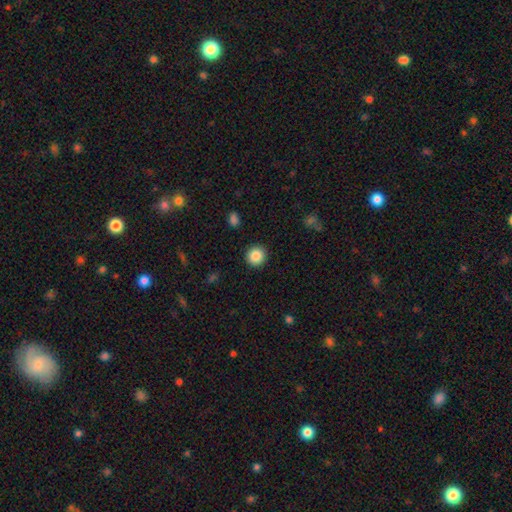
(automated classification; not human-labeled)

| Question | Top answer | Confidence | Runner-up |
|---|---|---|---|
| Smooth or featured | smooth | 87% | star or artifact (9%) |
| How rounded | round | 93% | in between (6%) |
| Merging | none | 92% | minor disturbance (5%) |